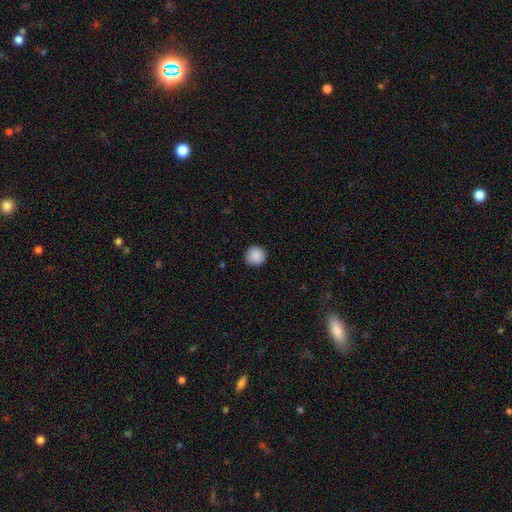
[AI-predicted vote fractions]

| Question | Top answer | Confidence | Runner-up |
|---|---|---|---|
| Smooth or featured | smooth | 89% | star or artifact (8%) |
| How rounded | round | 94% | in between (5%) |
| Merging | none | 91% | minor disturbance (6%) |